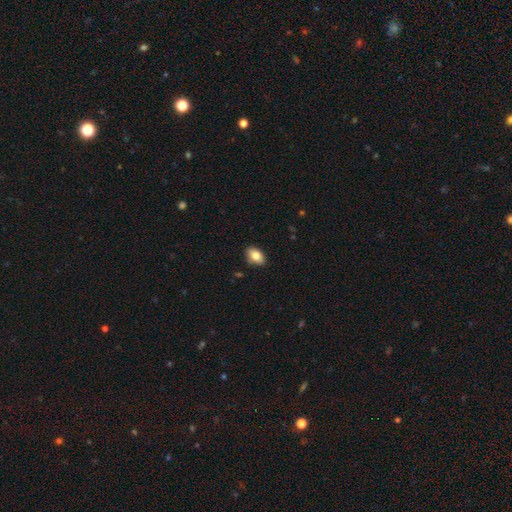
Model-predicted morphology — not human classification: Smooth or featured? Predicted: smooth (p=0.81). How rounded? Predicted: in between (p=0.88). Merging? Predicted: none (p=0.85).